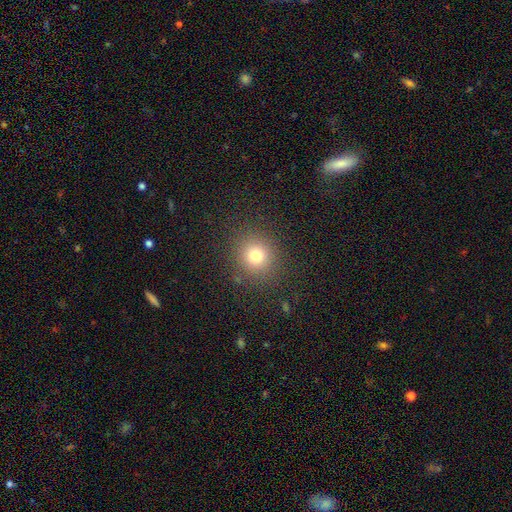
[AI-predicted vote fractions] This is likely a smooth galaxy (75%). How rounded: clearly round (89%). Merging: clearly none (87%).